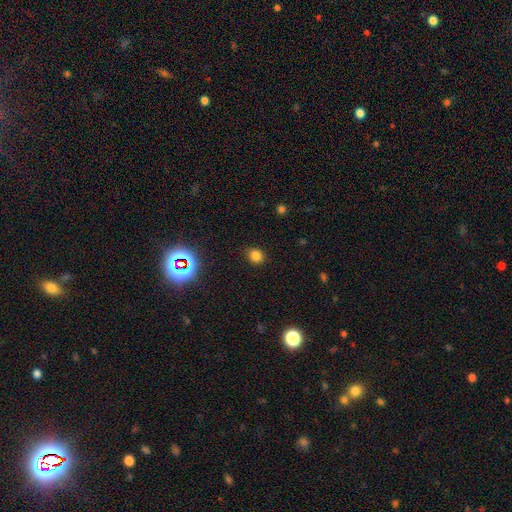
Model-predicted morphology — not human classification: Smooth or featured?
  - smooth: 79% *
  - star or artifact: 16%
  - featured or disk: 5%
How rounded?
  - round: 77% *
  - in between: 22%
  - cigar-shaped: 1%
Merging?
  - none: 87% *
  - minor disturbance: 9%
  - major disturbance: 3%
  - merger: 1%